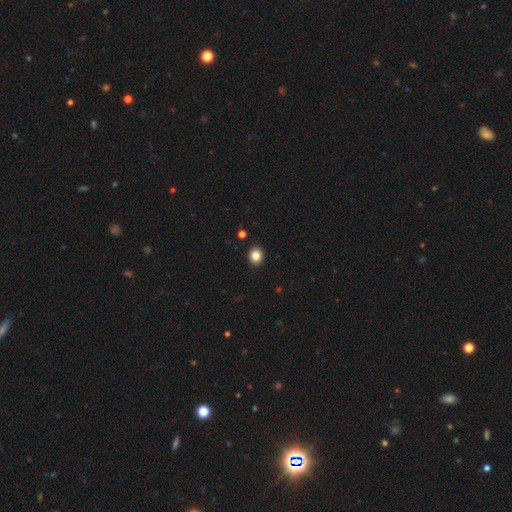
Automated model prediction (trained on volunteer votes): Smooth or featured? Predicted: smooth (p=0.84). How rounded? Predicted: round (p=0.70). Merging? Predicted: none (p=0.91).